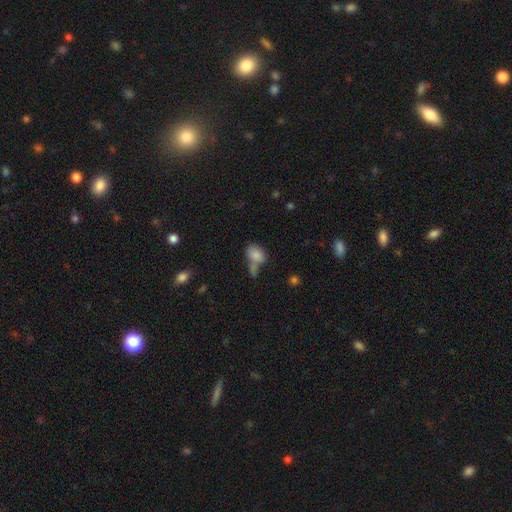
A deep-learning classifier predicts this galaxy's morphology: This appears to be a smooth galaxy with no disk features (82%) that is in between round and cigar-shaped (77%). Merging: none (38%).